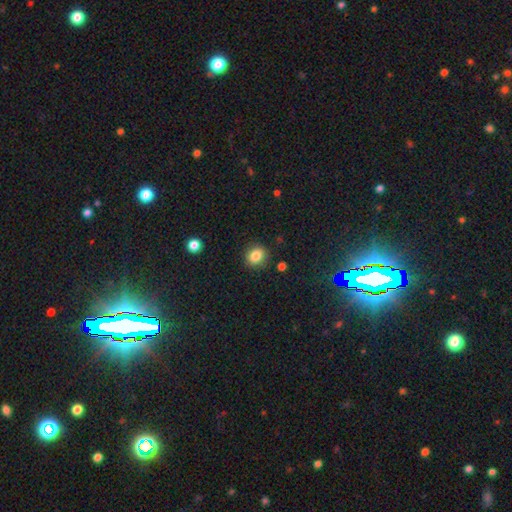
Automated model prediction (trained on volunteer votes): smooth-or-featured: smooth: 84% | star or artifact: 10% | featured or disk: 5%
  how-rounded: round: 70% | in between: 29% | cigar-shaped: 1%
  merging: none: 86% | minor disturbance: 9% | major disturbance: 3% | merger: 2%